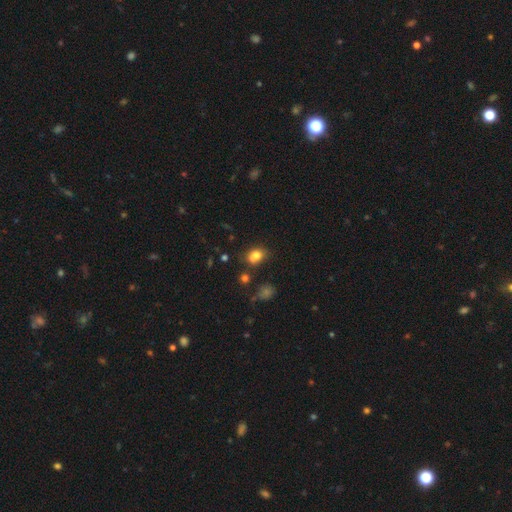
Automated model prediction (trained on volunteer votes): This appears to be a smooth galaxy with no disk features (78%) that is in between round and cigar-shaped (62%). Merging: none (57%).